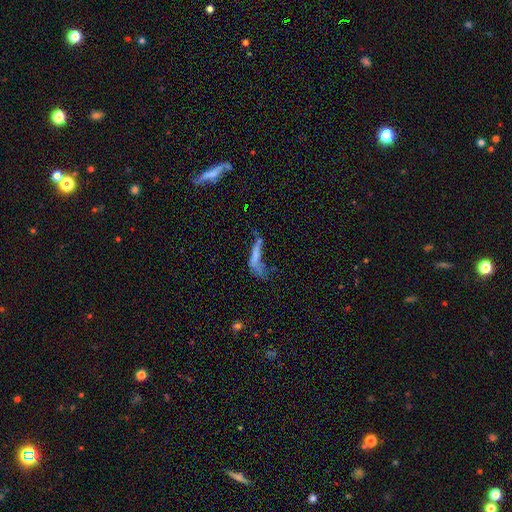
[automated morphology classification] A smooth galaxy with no disk features (53%) that is cigar-shaped (70%).

Vote fractions:
- Smooth or featured? smooth: 53% / featured or disk: 32% / star or artifact: 15%
- How rounded? cigar-shaped: 70% / in between: 27% / round: 3%
- Merging? major disturbance: 39% / none: 22% / merger: 20% / minor disturbance: 18%